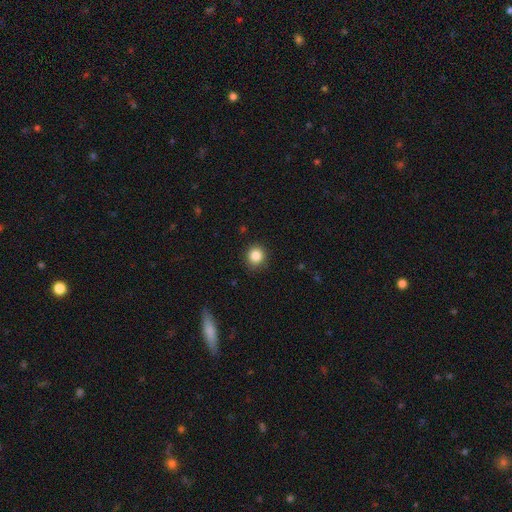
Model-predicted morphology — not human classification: smooth_or_featured: smooth (p=0.85) [alt: star or artifact p=0.10]
how_rounded: round (p=0.91) [alt: in between p=0.08]
merging: none (p=0.89) [alt: minor disturbance p=0.08]